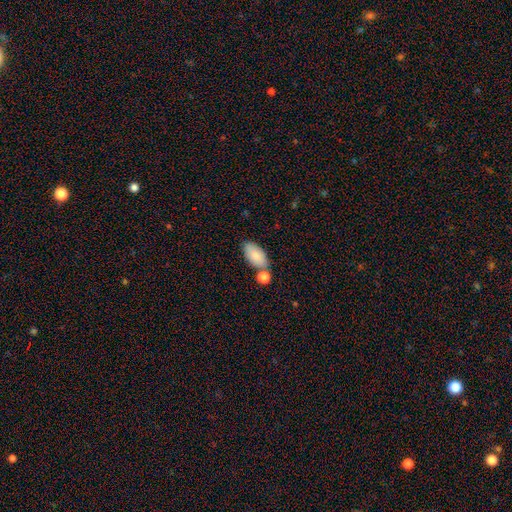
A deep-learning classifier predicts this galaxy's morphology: This is clearly a smooth galaxy (84%). How rounded: clearly in between (94%). Merging: likely none (65%).